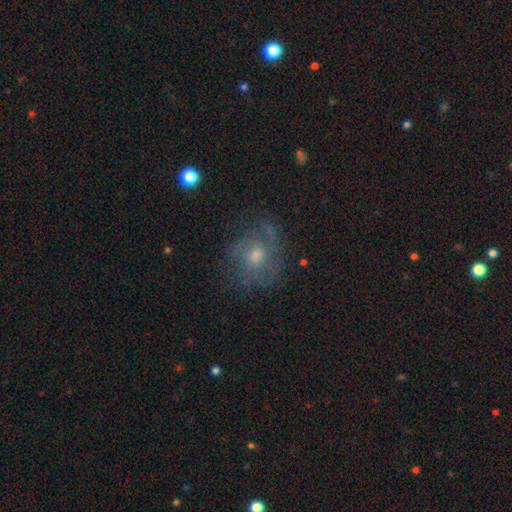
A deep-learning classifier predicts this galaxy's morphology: smooth_or_featured: featured or disk (p=0.59) [alt: smooth p=0.31]
disk_edge_on: no (p=0.97) [alt: yes p=0.03]
bar: no (p=0.71) [alt: weak p=0.25]
has_spiral_arms: yes (p=0.68) [alt: no p=0.32]
bulge_size: moderate (p=0.59) [alt: small p=0.30]
merging: none (p=0.61) [alt: minor disturbance p=0.21]